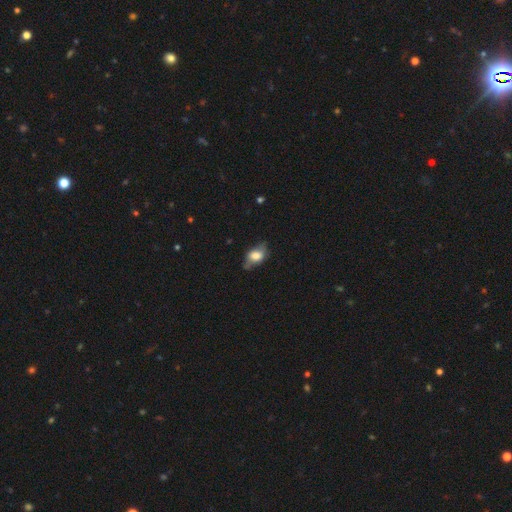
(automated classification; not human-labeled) A smooth galaxy with no disk features (64%) that is in between round and cigar-shaped (82%).

Vote fractions:
- Smooth or featured? smooth: 64% / featured or disk: 28% / star or artifact: 8%
- How rounded? in between: 82% / round: 14% / cigar-shaped: 3%
- Merging? none: 59% / minor disturbance: 29% / major disturbance: 10% / merger: 2%